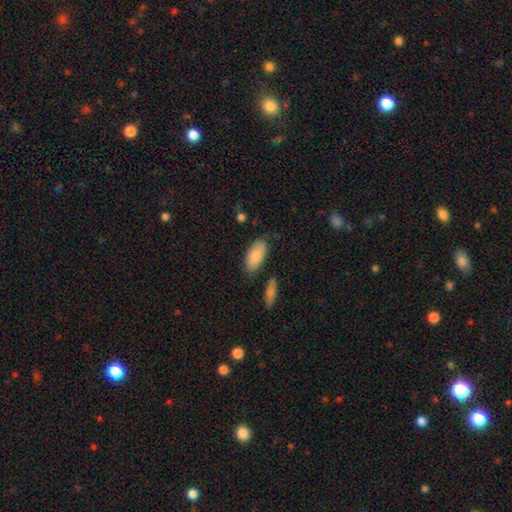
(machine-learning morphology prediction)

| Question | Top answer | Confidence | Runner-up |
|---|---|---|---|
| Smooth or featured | smooth | 84% | featured or disk (10%) |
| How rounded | in between | 93% | cigar-shaped (5%) |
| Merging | none | 77% | minor disturbance (16%) |